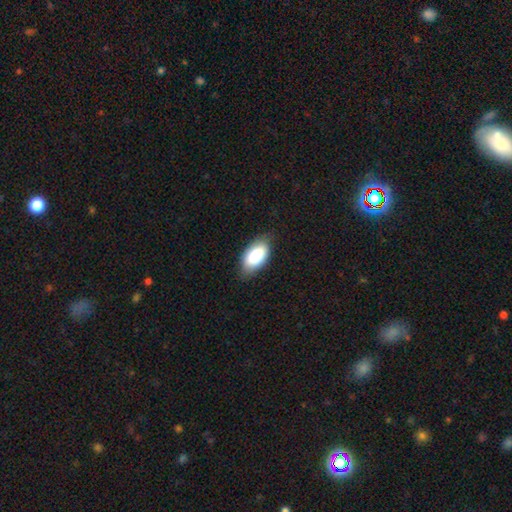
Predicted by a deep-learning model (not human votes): Morphology: type=smooth (86%); roundness=in between (94%); merging=none (79%).